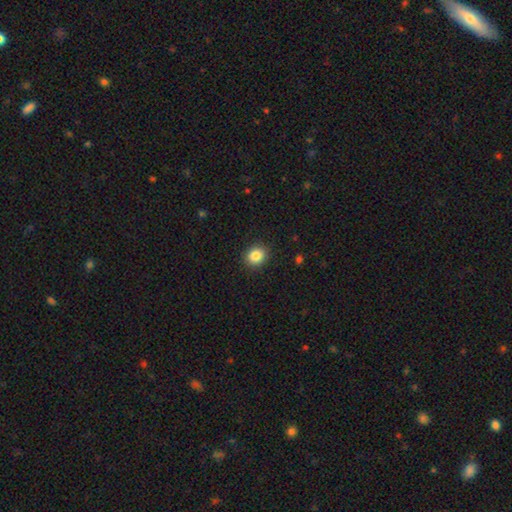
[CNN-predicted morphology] smooth_or_featured: smooth (p=0.86) [alt: star or artifact p=0.10]
how_rounded: round (p=0.74) [alt: in between p=0.25]
merging: none (p=0.90) [alt: minor disturbance p=0.07]